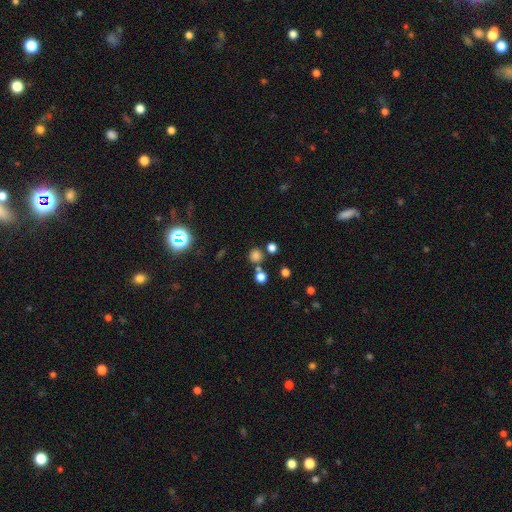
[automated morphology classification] smooth-or-featured: smooth: 72% | star or artifact: 22% | featured or disk: 6%
  how-rounded: round: 90% | in between: 9% | cigar-shaped: 1%
  merging: none: 74% | merger: 14% | minor disturbance: 9% | major disturbance: 4%